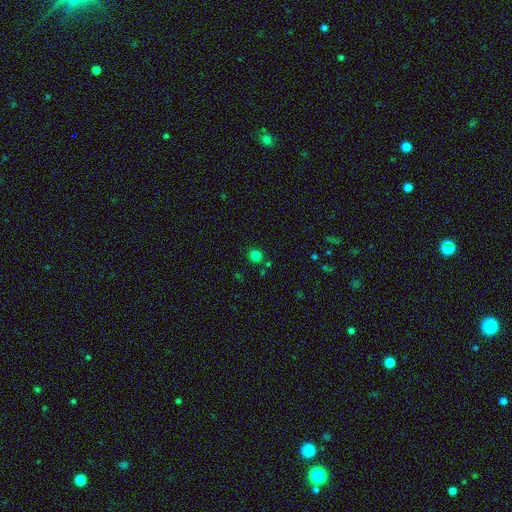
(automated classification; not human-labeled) A smooth galaxy with no disk features (79%) that is round (93%). Merging: none (84%).